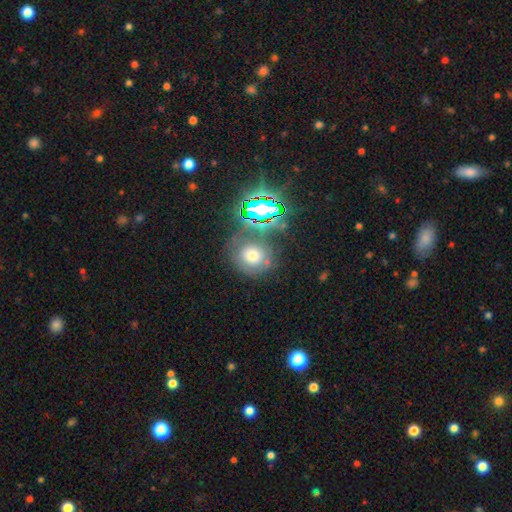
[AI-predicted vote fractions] Smooth or featured? Predicted: smooth (p=0.57). How rounded? Predicted: round (p=0.82). Merging? Predicted: none (p=0.69).